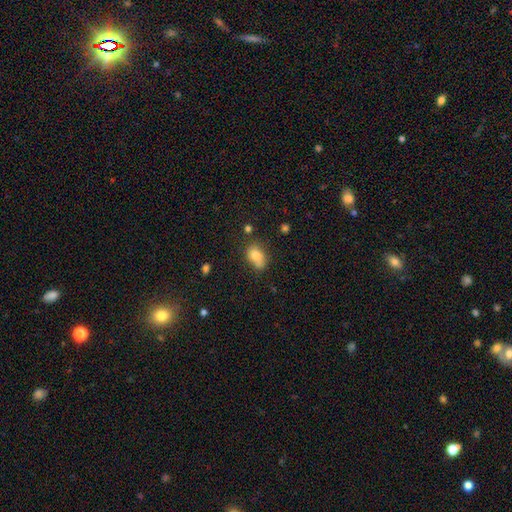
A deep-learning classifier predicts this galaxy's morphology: Smooth or featured? Predicted: smooth (p=0.80). How rounded? Predicted: in between (p=0.80). Merging? Predicted: none (p=0.50).